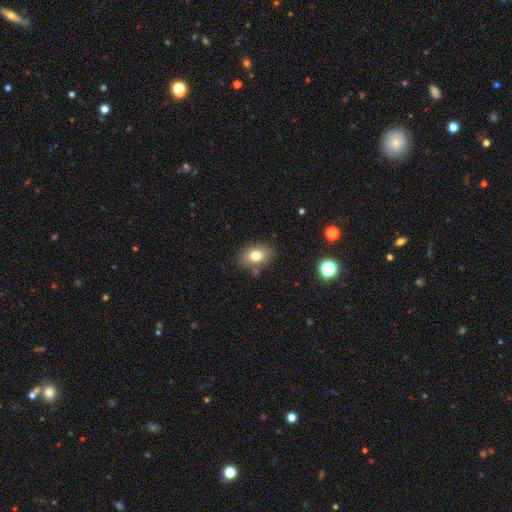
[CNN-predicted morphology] smooth 78%, featured or disk 12%, star or artifact 10%. Down the decision tree: how rounded — in between (80%); merging — none (80%).